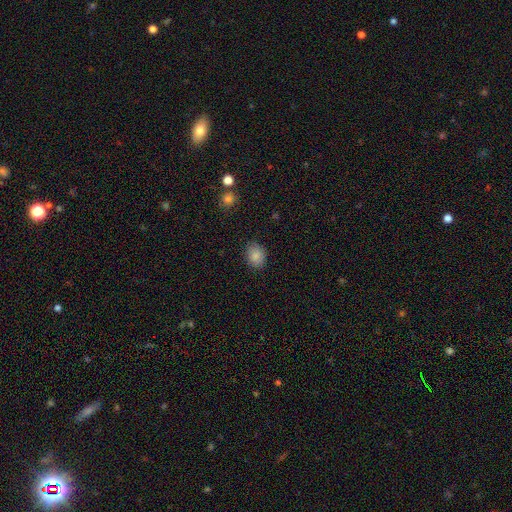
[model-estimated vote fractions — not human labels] Smooth or featured?
  - smooth: 85% *
  - star or artifact: 9%
  - featured or disk: 6%
How rounded?
  - in between: 56% *
  - round: 43%
  - cigar-shaped: 1%
Merging?
  - none: 83% *
  - minor disturbance: 13%
  - major disturbance: 3%
  - merger: 1%